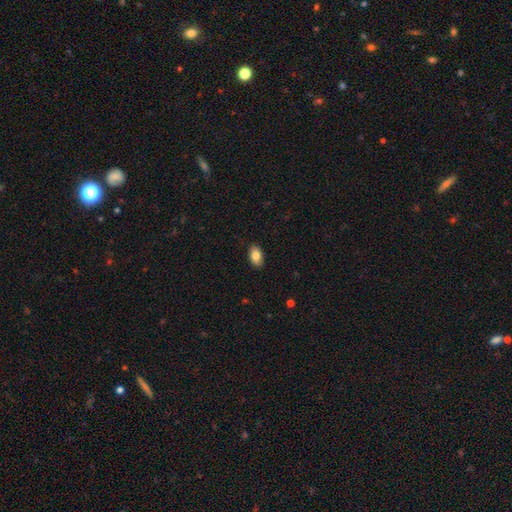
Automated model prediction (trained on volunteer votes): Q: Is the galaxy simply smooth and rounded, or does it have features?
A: smooth — 84%.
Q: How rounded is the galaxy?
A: in between — 91%.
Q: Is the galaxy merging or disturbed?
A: none — 89%.